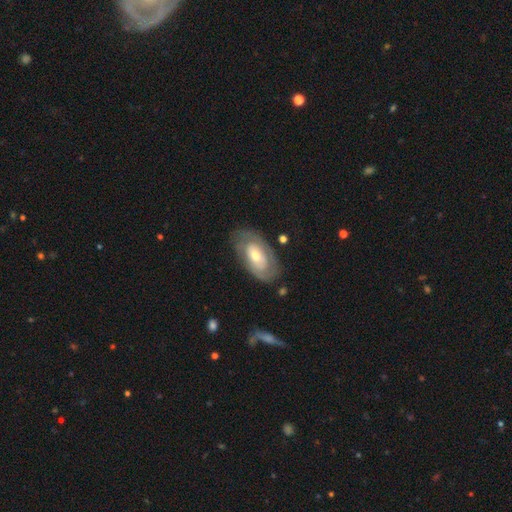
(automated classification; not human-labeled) Smooth or featured? featured or disk (63%)
Edge-on disk? no (92%)
Bar? no (70%)
Spiral arms? yes (63%)
Bulge size? moderate (60%)
Merging? none (72%)